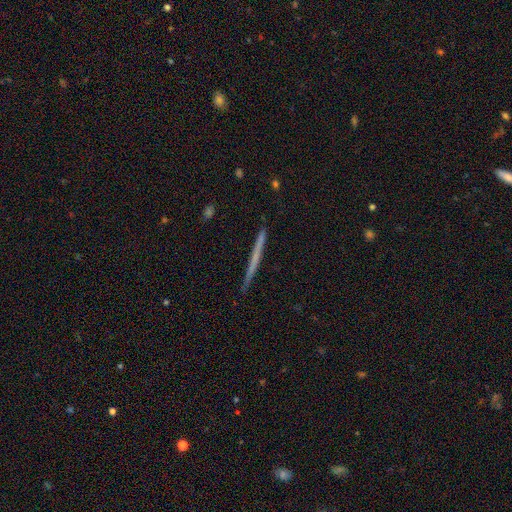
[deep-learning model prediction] Smooth or featured: featured or disk — 49% (smooth — 45%)
Merging: none — 91% (minor disturbance — 7%)